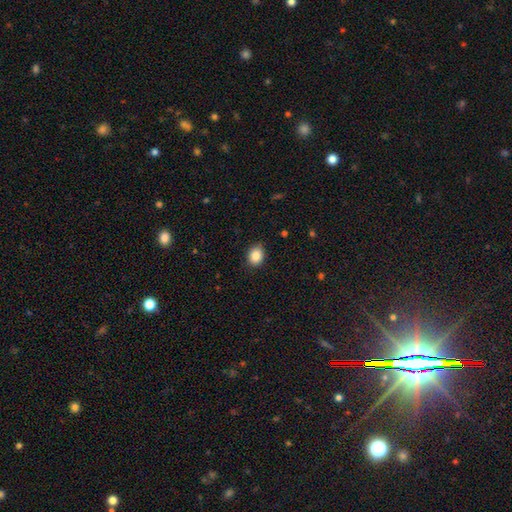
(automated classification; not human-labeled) smooth_or_featured: smooth (p=0.87) [alt: star or artifact p=0.09]
how_rounded: in between (p=0.55) [alt: round p=0.44]
merging: none (p=0.84) [alt: minor disturbance p=0.13]